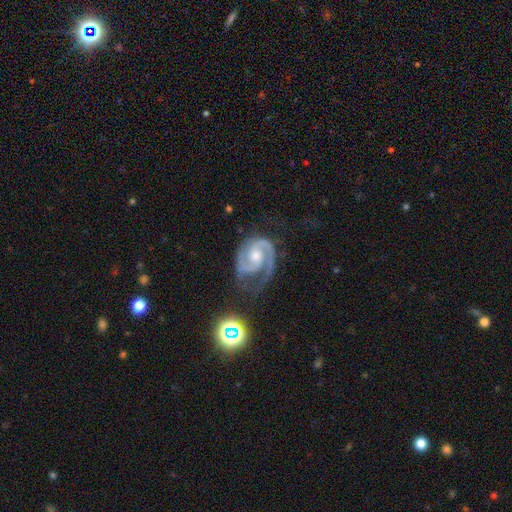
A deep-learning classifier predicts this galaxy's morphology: Smooth or featured? Predicted: featured or disk (p=0.91). Edge-on disk? Predicted: no (p=0.98). Bar? Predicted: no (p=0.58). Spiral arms? Predicted: yes (p=0.98). Spiral winding? Predicted: tight (p=0.47). Spiral arm count? Predicted: 2 (p=0.84). Bulge size? Predicted: moderate (p=0.59). Merging? Predicted: none (p=0.59).